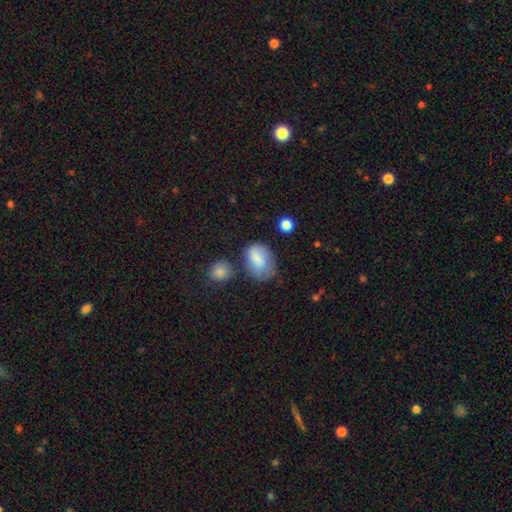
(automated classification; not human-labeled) smooth_or_featured: smooth (p=0.76) [alt: featured or disk p=0.15]
how_rounded: in between (p=0.80) [alt: round p=0.19]
merging: none (p=0.48) [alt: minor disturbance p=0.31]